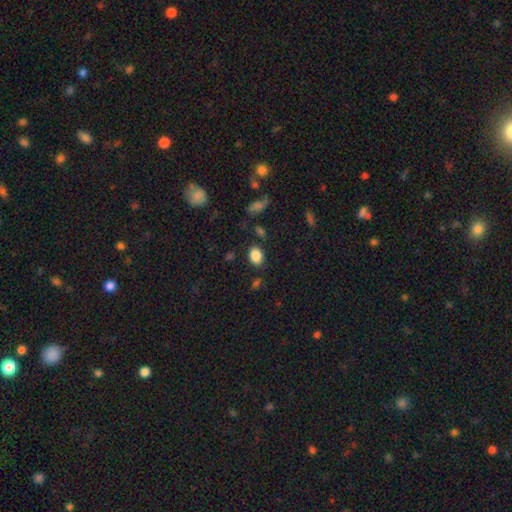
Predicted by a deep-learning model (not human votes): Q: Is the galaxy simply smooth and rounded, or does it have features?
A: smooth — 86%.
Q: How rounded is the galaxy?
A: in between — 72%.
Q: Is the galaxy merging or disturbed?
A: none — 81%.